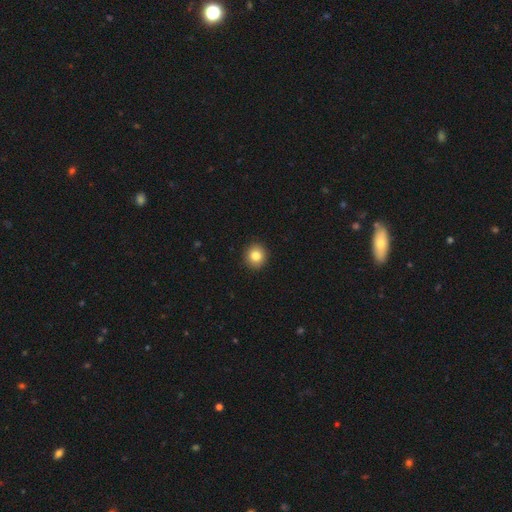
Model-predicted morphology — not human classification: Q: Smooth or featured?
A: smooth (83%); runner-up: star or artifact (10%)
Q: How rounded?
A: round (88%); runner-up: in between (11%)
Q: Merging?
A: none (93%); runner-up: minor disturbance (5%)